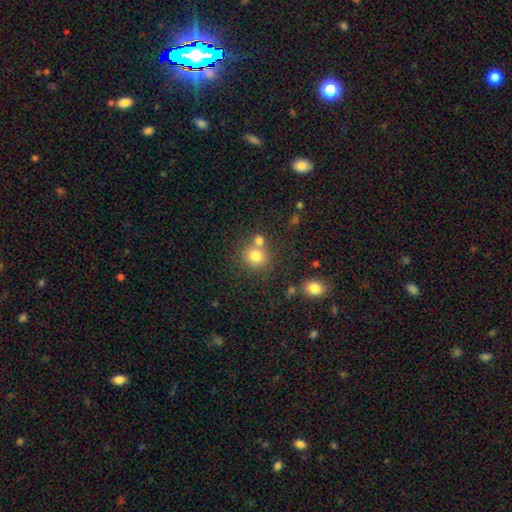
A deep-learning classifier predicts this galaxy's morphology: This appears to be a smooth galaxy with no disk features (78%) that is round (86%). Merging: none (60%).